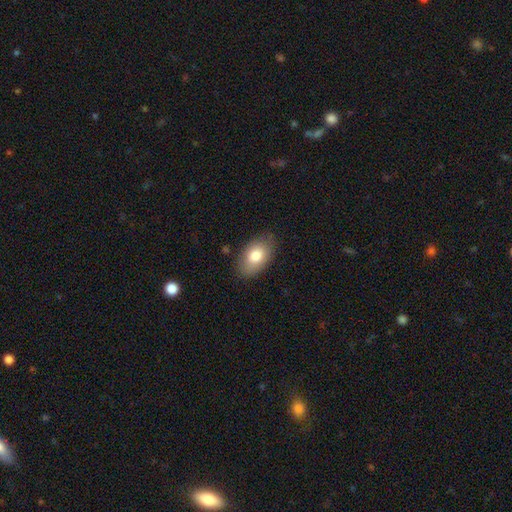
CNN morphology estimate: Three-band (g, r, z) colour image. It shows a smooth galaxy with no disk features (78%) that is in between round and cigar-shaped (91%). Merging: none (81%).